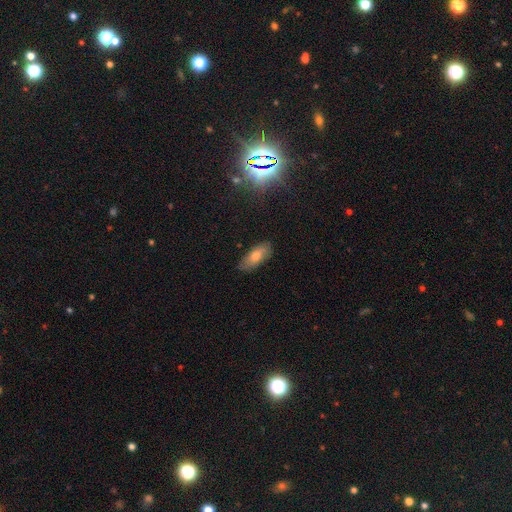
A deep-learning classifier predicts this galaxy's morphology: Smooth or featured: smooth — 68% (featured or disk — 21%)
How rounded: in between — 79% (cigar-shaped — 18%)
Merging: none — 81% (minor disturbance — 15%)